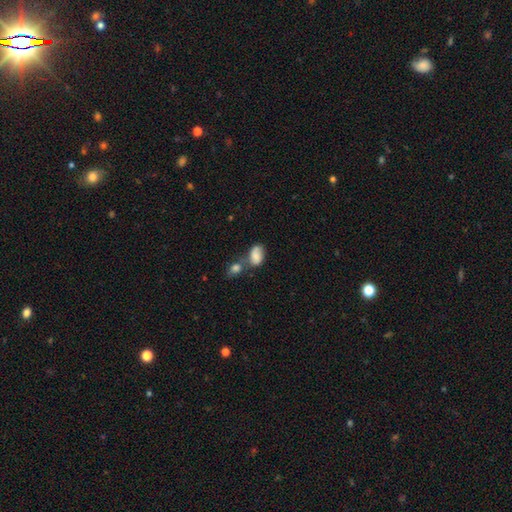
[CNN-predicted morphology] Overall: smooth (77%). How rounded: in between (84%). Merging: merger (40%; none 33%).